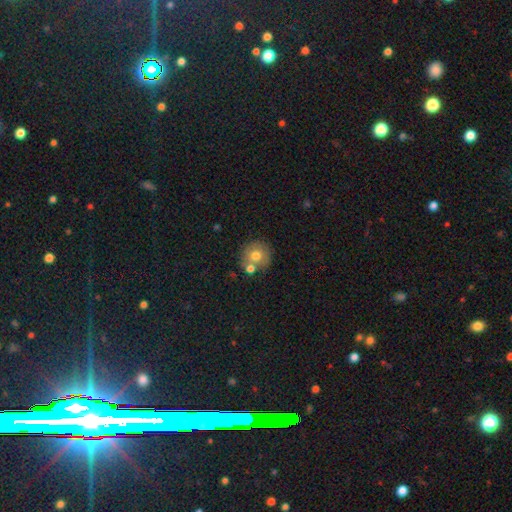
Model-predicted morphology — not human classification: smooth_or_featured: smooth (p=0.71) [alt: featured or disk p=0.19]
how_rounded: round (p=0.91) [alt: in between p=0.08]
merging: none (p=0.67) [alt: merger p=0.19]